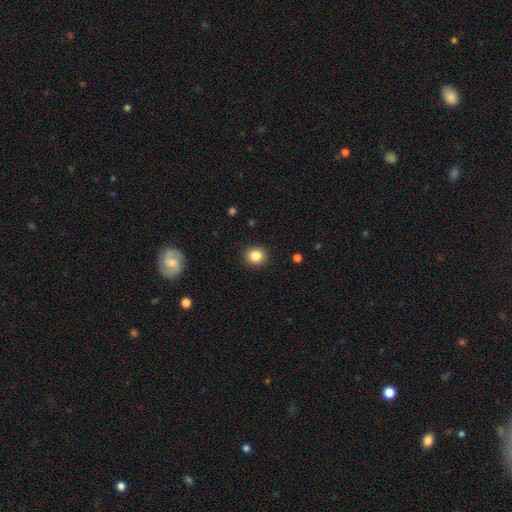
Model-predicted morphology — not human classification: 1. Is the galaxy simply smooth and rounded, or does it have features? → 85% smooth, 10% star or artifact, 5% featured or disk.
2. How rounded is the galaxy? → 83% round, 16% in between, 1% cigar-shaped.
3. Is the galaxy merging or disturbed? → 91% none, 6% minor disturbance, 2% major disturbance, 1% merger.